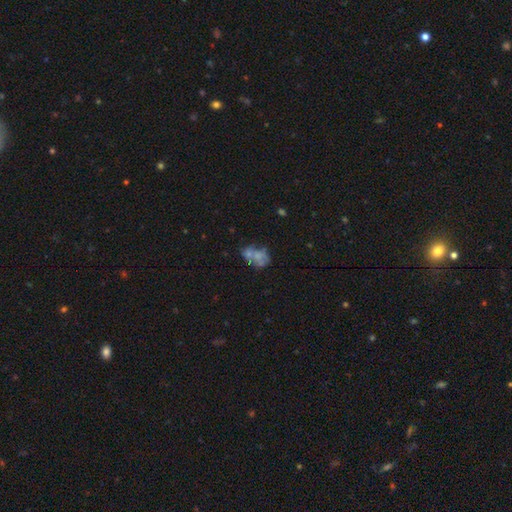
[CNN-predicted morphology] A smooth galaxy with no disk features (44%). Merging: merger (37%).